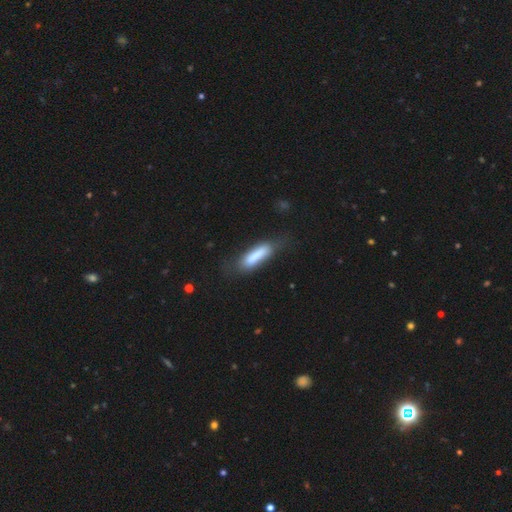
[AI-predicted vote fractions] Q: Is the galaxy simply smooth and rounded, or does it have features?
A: smooth — 79%.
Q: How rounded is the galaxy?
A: cigar-shaped — 67%.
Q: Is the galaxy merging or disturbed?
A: none — 58%.